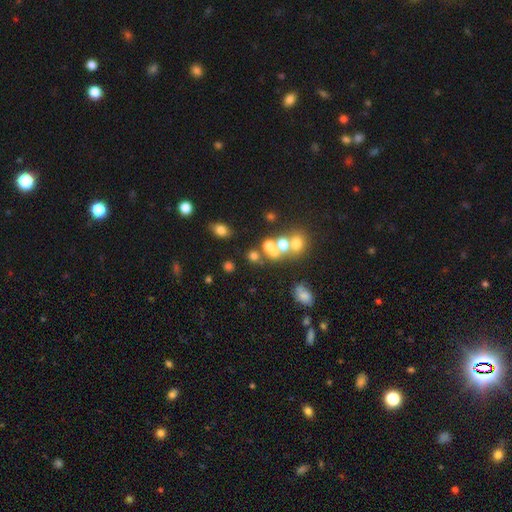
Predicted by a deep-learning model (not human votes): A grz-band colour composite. It shows a smooth galaxy with no disk features (45%). Merging: none (51%).